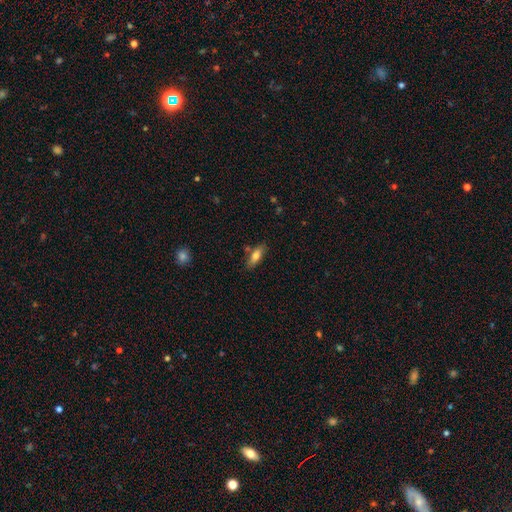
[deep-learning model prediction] Smooth or featured? Predicted: smooth (p=0.74). How rounded? Predicted: in between (p=0.67). Merging? Predicted: none (p=0.75).